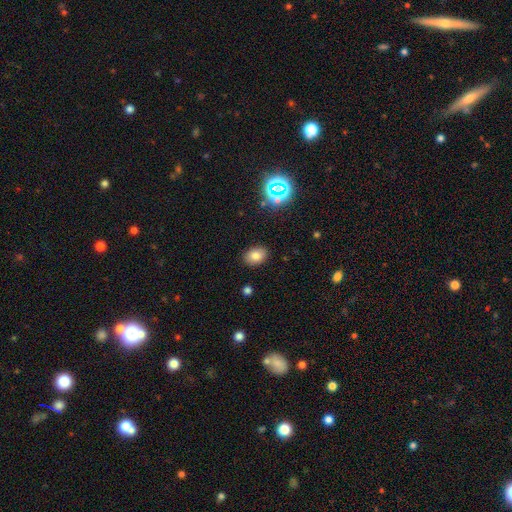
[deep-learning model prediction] Q: Smooth or featured?
A: smooth (79%); runner-up: star or artifact (14%)
Q: How rounded?
A: in between (75%); runner-up: round (24%)
Q: Merging?
A: none (87%); runner-up: minor disturbance (9%)